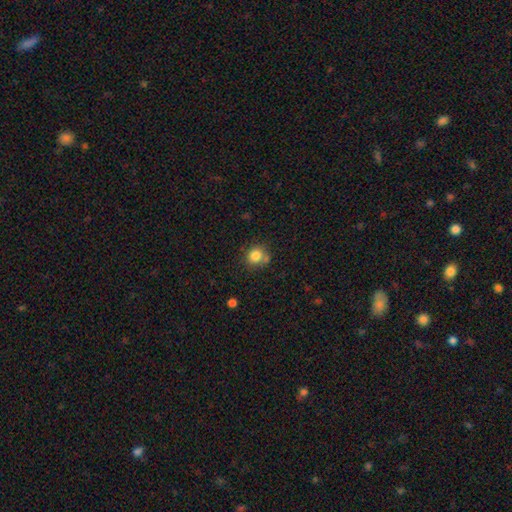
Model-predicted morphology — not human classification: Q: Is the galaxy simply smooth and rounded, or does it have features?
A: smooth — 83%.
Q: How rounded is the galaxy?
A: round — 82%.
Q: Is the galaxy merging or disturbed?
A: none — 66%.